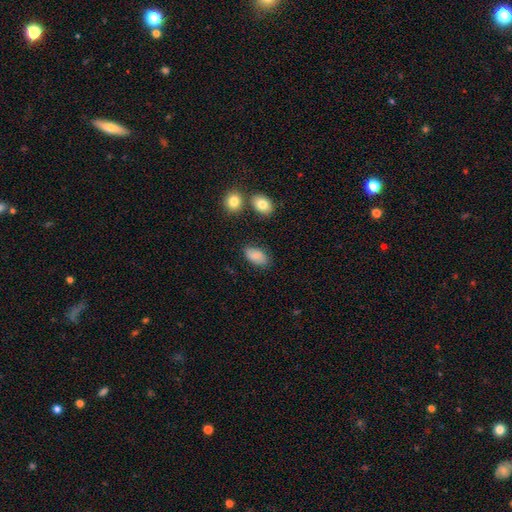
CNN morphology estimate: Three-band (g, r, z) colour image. It shows a smooth galaxy with no disk features (83%) that is in between round and cigar-shaped (93%). Merging: none (78%).